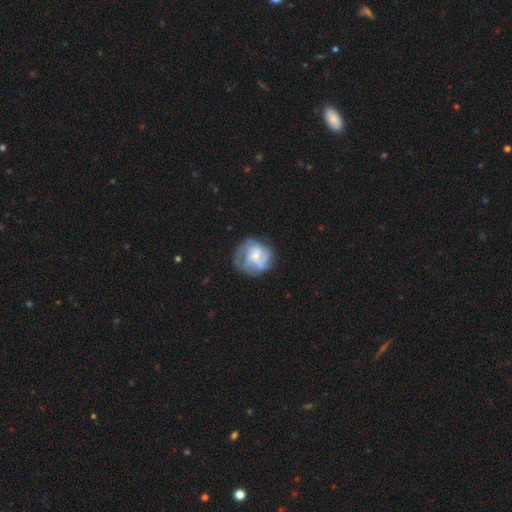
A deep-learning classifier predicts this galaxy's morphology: This appears to be a featured or disk galaxy (56%) with no bar (74%), spiral arms (59%) and a small central bulge (51%). Merging: none (57%).